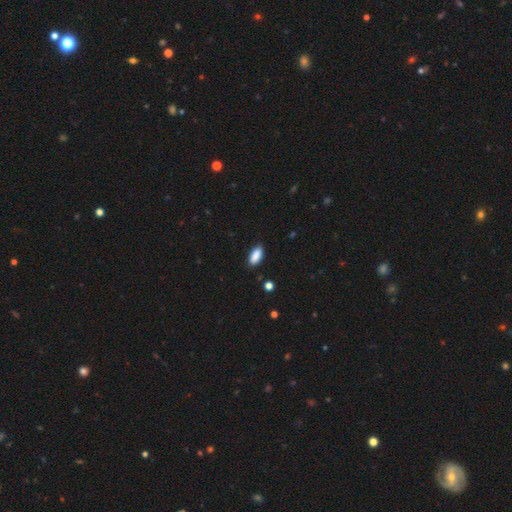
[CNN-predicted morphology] This is clearly a smooth galaxy (88%). How rounded: clearly in between (86%). Merging: clearly none (85%).